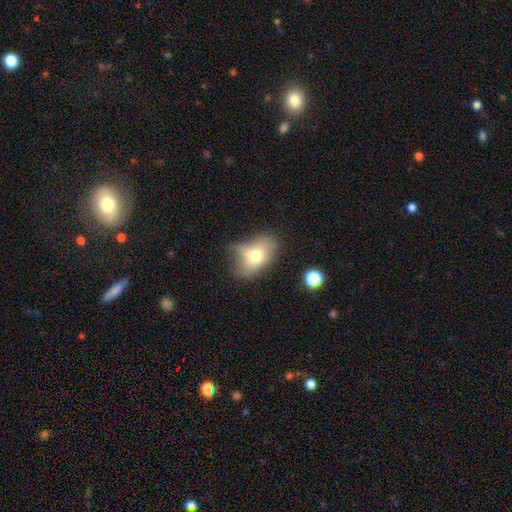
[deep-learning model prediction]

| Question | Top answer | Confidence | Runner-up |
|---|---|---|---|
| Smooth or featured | smooth | 66% | featured or disk (24%) |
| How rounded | in between | 84% | round (15%) |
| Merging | none | 36% | minor disturbance (32%) |